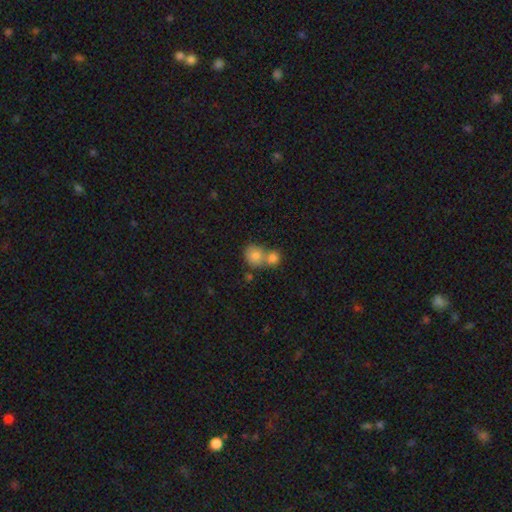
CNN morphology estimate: type=smooth (80%); roundness=round (75%); merging=merger (56%).